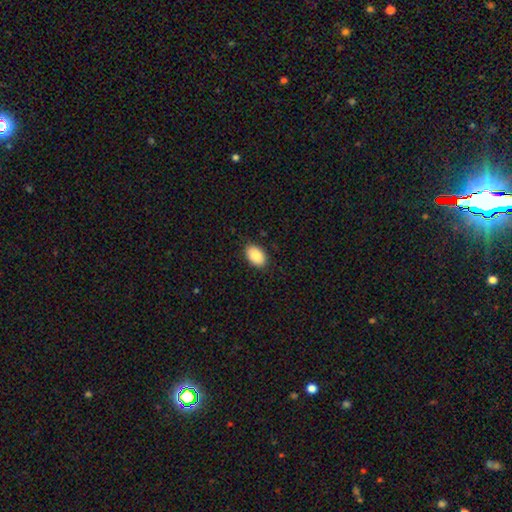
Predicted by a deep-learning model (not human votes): This appears to be a smooth galaxy with no disk features (88%) that is in between round and cigar-shaped (91%). Merging: none (87%).